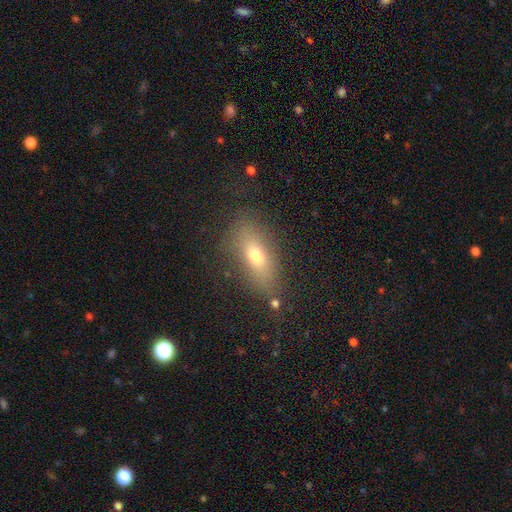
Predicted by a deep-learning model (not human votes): smooth-or-featured: smooth: 68% | featured or disk: 20% | star or artifact: 12%
  how-rounded: in between: 75% | cigar-shaped: 19% | round: 6%
  merging: none: 72% | minor disturbance: 17% | major disturbance: 8% | merger: 3%